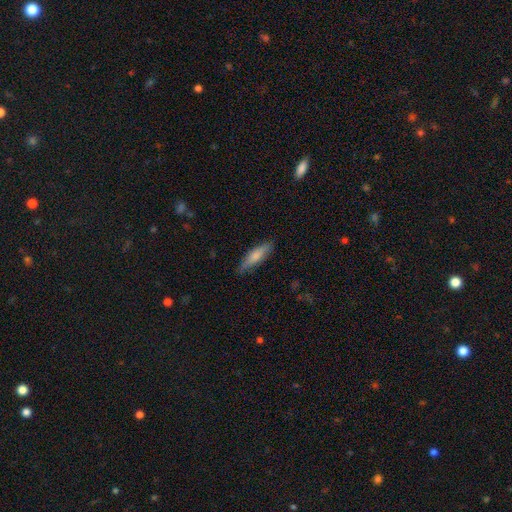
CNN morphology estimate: smooth 74%, featured or disk 20%, star or artifact 5%. Down the decision tree: how rounded — cigar-shaped (71%); merging — none (82%).